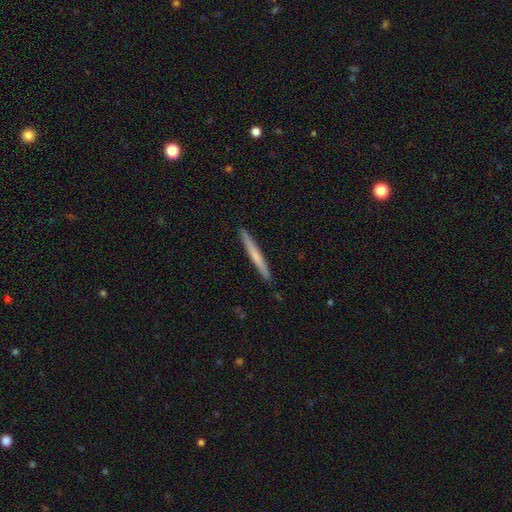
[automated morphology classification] Smooth or featured: smooth — 60% (featured or disk — 34%)
How rounded: cigar-shaped — 97% (in between — 2%)
Merging: none — 92% (minor disturbance — 6%)